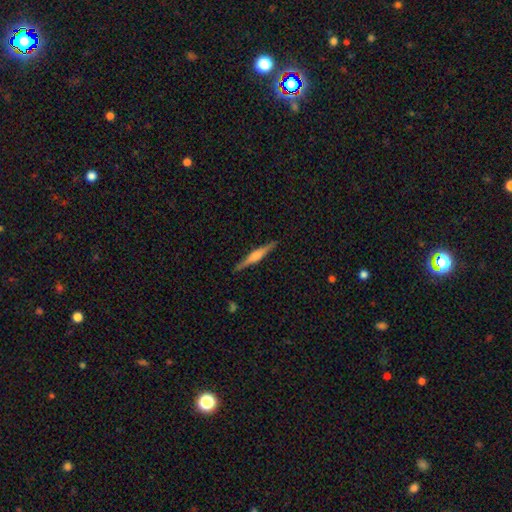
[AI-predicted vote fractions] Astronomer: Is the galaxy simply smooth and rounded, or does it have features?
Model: featured or disk — 73%.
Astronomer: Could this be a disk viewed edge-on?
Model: yes — 98%.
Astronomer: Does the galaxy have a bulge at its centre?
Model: rounded — 75%.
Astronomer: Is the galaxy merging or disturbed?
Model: none — 91%.